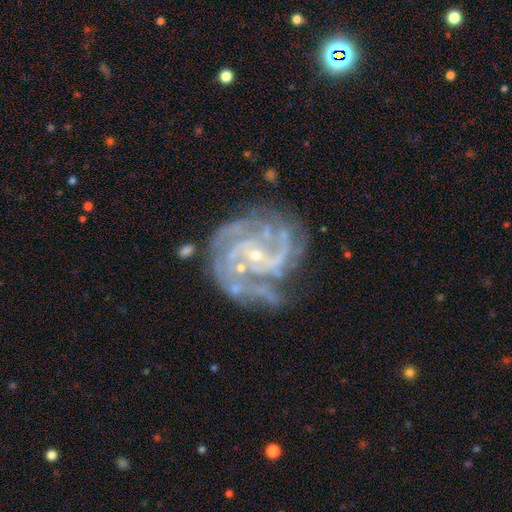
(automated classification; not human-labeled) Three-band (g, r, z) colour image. It shows a featured or disk galaxy (89%) with no bar (61%), 3 (27%) tight (56%) spiral arms (97%) and a small central bulge (83%). Merging: none (54%).